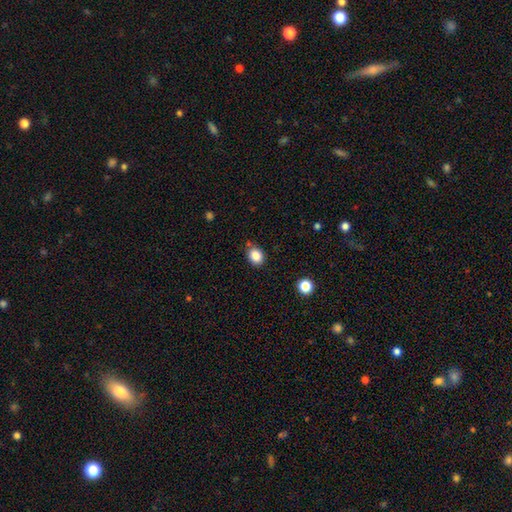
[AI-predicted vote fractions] A smooth galaxy with no disk features (86%) that is in between round and cigar-shaped (51%). Merging: none (79%).